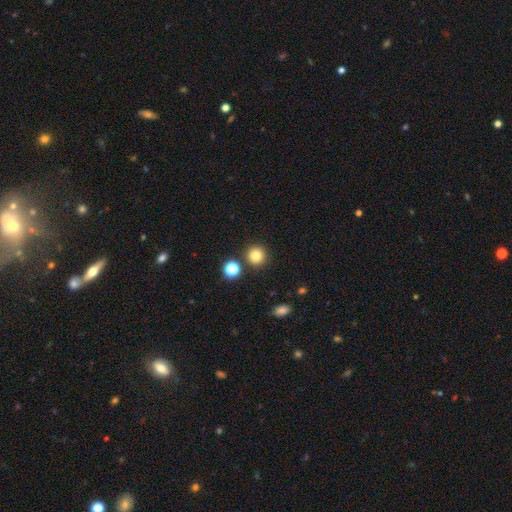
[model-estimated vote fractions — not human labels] A smooth galaxy with no disk features (81%) that is round (93%).

Vote fractions:
- Smooth or featured? smooth: 81% / star or artifact: 13% / featured or disk: 6%
- How rounded? round: 93% / in between: 6% / cigar-shaped: 1%
- Merging? none: 87% / minor disturbance: 6% / merger: 5% / major disturbance: 2%